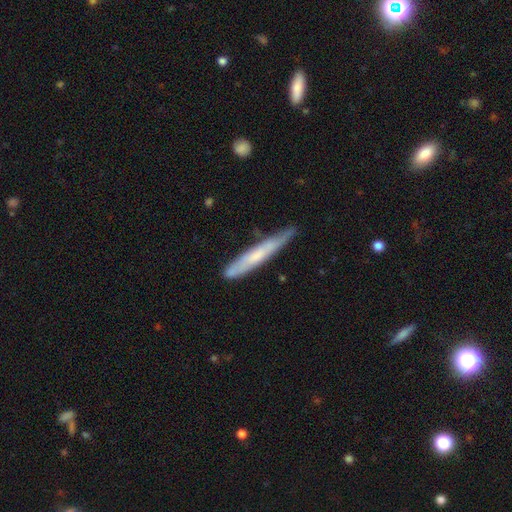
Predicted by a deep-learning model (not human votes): This appears to be a smooth galaxy with no disk features (53%) that is cigar-shaped (95%). Merging: none (71%).